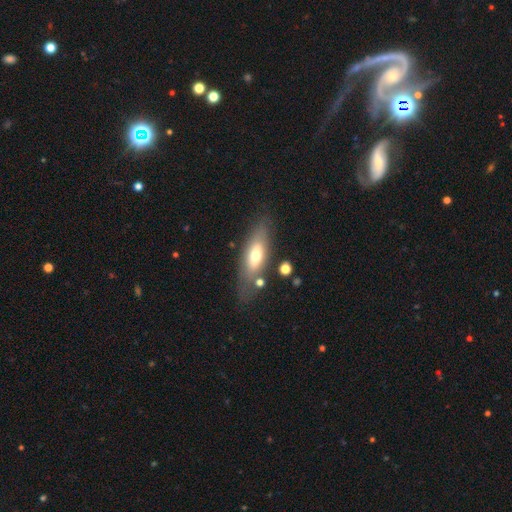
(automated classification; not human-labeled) smooth 58%, featured or disk 35%, star or artifact 7%. Down the decision tree: how rounded — in between (62%); merging — none (70%).